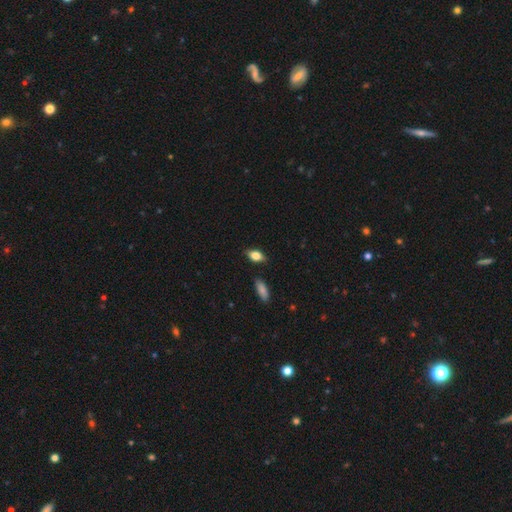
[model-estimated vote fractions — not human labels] A smooth galaxy with no disk features (79%) that is in between round and cigar-shaped (86%). Merging: none (81%).